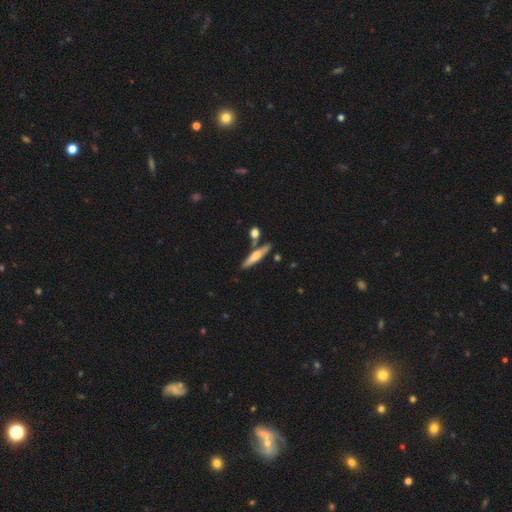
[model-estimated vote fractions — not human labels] Morphology: type=smooth (48%); merging=none (76%).